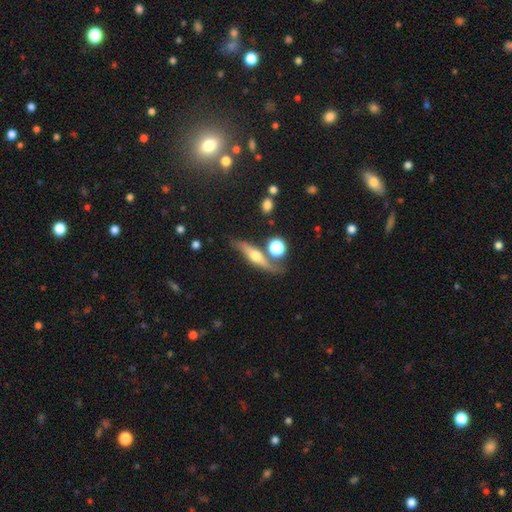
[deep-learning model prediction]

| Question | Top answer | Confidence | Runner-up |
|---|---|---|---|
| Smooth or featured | featured or disk | 61% | smooth (31%) |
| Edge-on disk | yes | 87% | no (13%) |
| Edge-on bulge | rounded | 92% | boxy (5%) |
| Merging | none | 68% | minor disturbance (16%) |